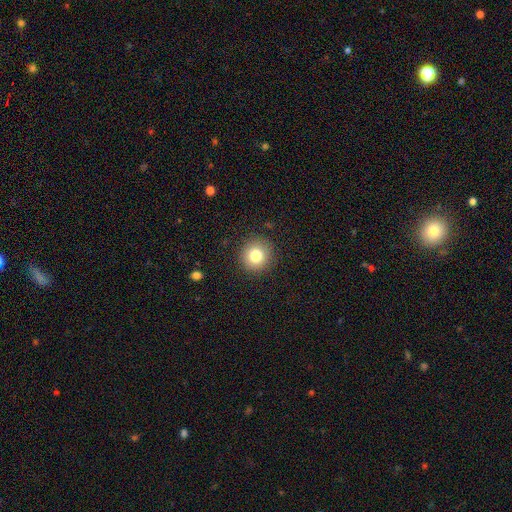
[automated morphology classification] A smooth galaxy with no disk features (81%) that is round (91%).

Vote fractions:
- Smooth or featured? smooth: 81% / star or artifact: 11% / featured or disk: 9%
- How rounded? round: 91% / in between: 8% / cigar-shaped: 1%
- Merging? none: 89% / minor disturbance: 7% / major disturbance: 2% / merger: 1%